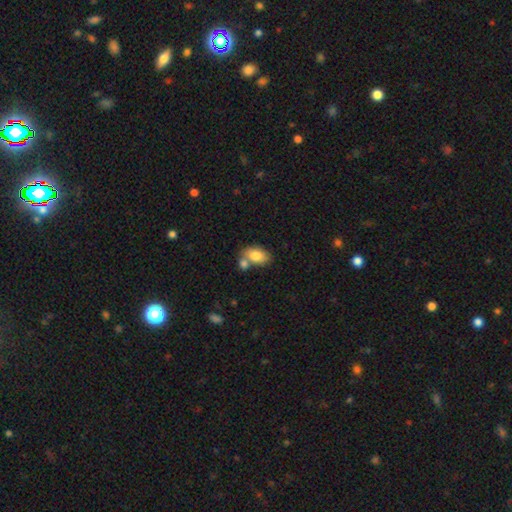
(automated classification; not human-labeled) The model was most divided on "merging": none: 49%, merger: 35%, minor disturbance: 13%, major disturbance: 4%. More confident: how rounded — in between (88%); smooth or featured — smooth (81%).